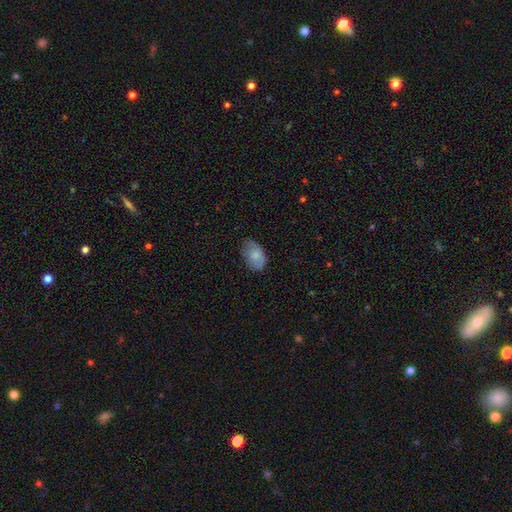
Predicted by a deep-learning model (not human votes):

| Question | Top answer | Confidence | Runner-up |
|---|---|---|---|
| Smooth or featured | smooth | 76% | featured or disk (17%) |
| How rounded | in between | 88% | round (11%) |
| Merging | none | 62% | minor disturbance (30%) |